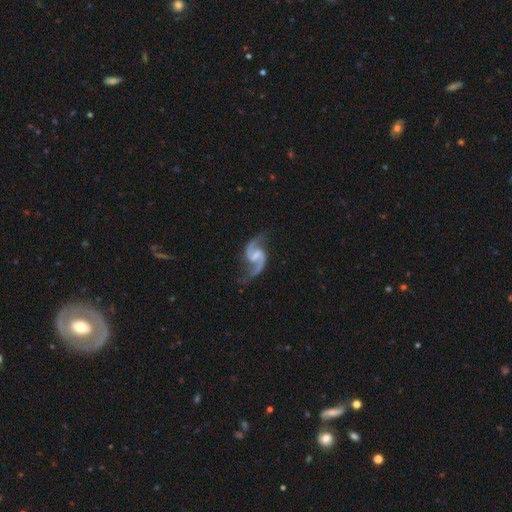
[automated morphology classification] Q: Smooth or featured?
A: featured or disk (93%); runner-up: star or artifact (4%)
Q: Edge-on disk?
A: no (98%); runner-up: yes (2%)
Q: Bar?
A: weak (55%); runner-up: strong (24%)
Q: Spiral arms?
A: yes (98%); runner-up: no (2%)
Q: Spiral winding?
A: loose (54%); runner-up: medium (40%)
Q: Spiral arm count?
A: 2 (94%); runner-up: 1 (1%)
Q: Bulge size?
A: none (44%); runner-up: small (35%)
Q: Merging?
A: none (77%); runner-up: minor disturbance (15%)